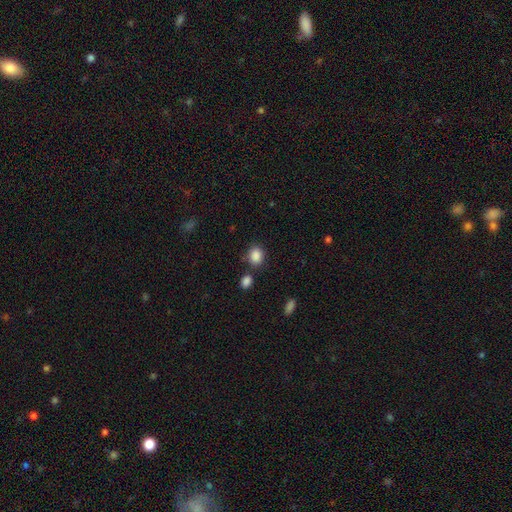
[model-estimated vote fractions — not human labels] A smooth galaxy with no disk features (87%) that is round (50%).

Vote fractions:
- Smooth or featured? smooth: 87% / star or artifact: 9% / featured or disk: 4%
- How rounded? round: 50% / in between: 49% / cigar-shaped: 1%
- Merging? none: 73% / minor disturbance: 12% / merger: 10% / major disturbance: 4%